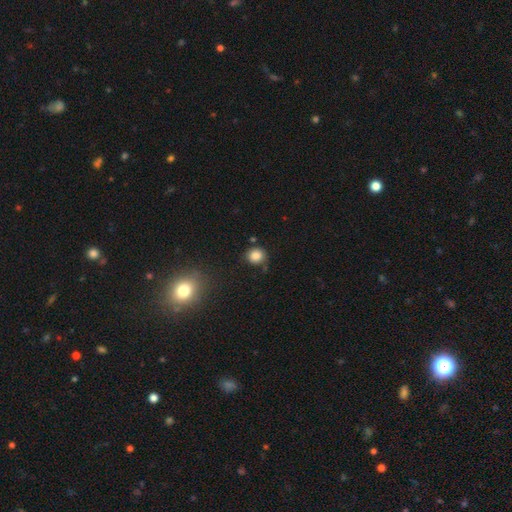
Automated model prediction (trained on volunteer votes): This is clearly a smooth galaxy (83%). How rounded: clearly round (84%). Merging: likely none (75%).